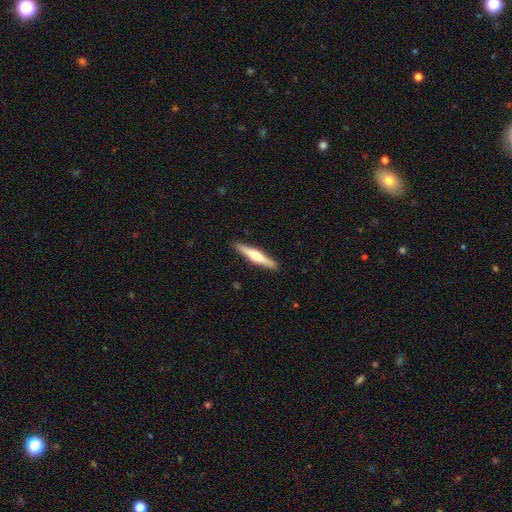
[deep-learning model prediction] smooth-or-featured: featured or disk: 58% | smooth: 37% | star or artifact: 5%
  disk-edge-on: yes: 97% | no: 3%
    edge-on-bulge: rounded: 88% | none: 6% | boxy: 6%
  merging: none: 91% | minor disturbance: 7% | major disturbance: 1% | merger: 1%